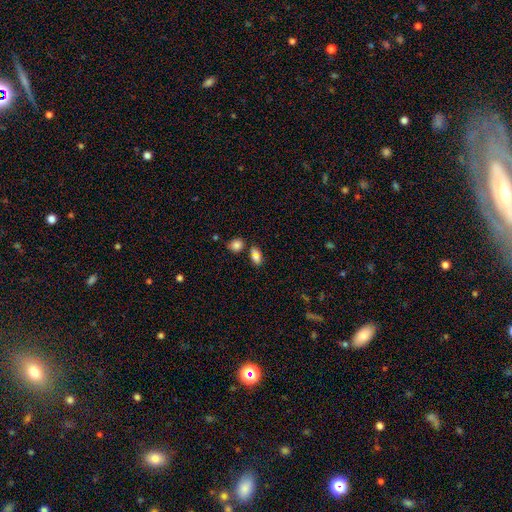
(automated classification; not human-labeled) Overall: smooth (81%). How rounded: in between (80%). Merging: none (55%; merger 28%).